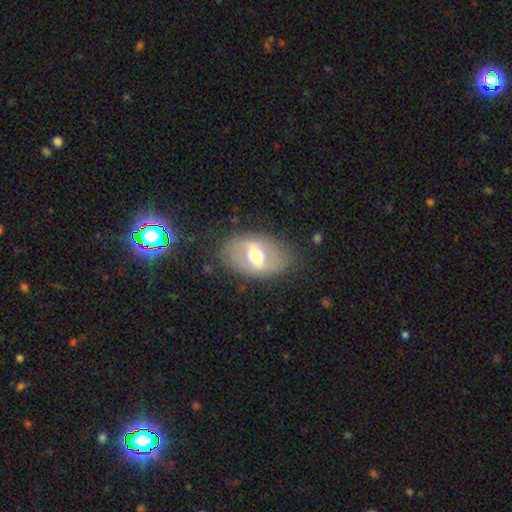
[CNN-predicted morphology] featured or disk 56%, smooth 36%, star or artifact 8%. Down the decision tree: edge-on disk — no (88%); merging — none (76%).